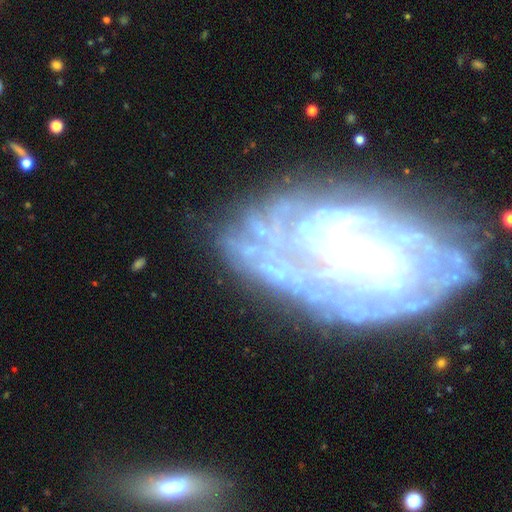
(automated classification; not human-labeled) Smooth or featured? Predicted: featured or disk (p=0.80). Edge-on disk? Predicted: no (p=0.95). Bar? Predicted: no (p=0.61). Spiral arms? Predicted: yes (p=0.82). Spiral winding? Predicted: tight (p=0.64). Spiral arm count? Predicted: can't tell (p=0.48). Bulge size? Predicted: small (p=0.55). Merging? Predicted: none (p=0.63).